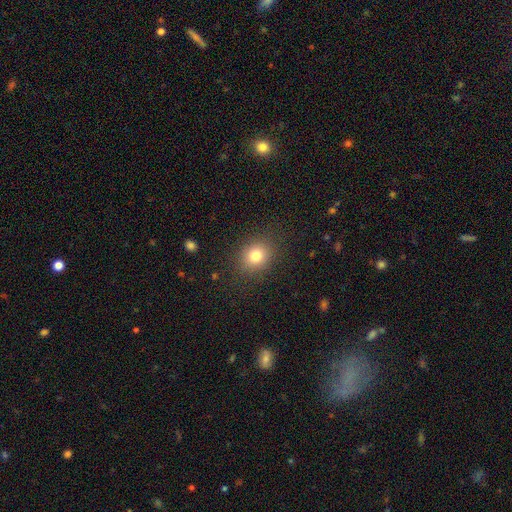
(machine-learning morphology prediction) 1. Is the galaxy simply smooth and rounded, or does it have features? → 79% smooth, 12% star or artifact, 8% featured or disk.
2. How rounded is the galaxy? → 67% round, 32% in between, 1% cigar-shaped.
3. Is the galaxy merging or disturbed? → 87% none, 9% minor disturbance, 4% major disturbance, 1% merger.